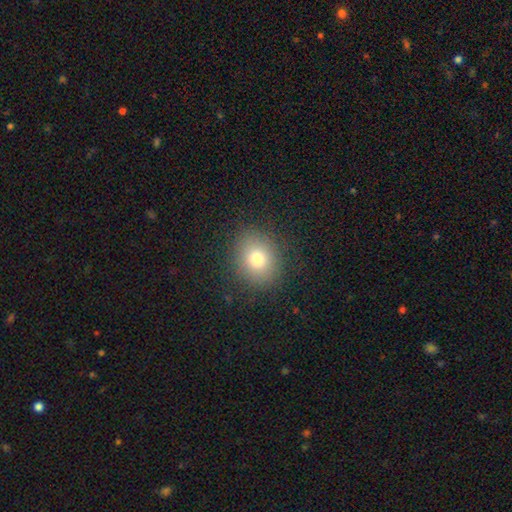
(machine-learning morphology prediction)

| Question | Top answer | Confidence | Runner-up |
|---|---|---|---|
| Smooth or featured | smooth | 76% | star or artifact (15%) |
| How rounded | round | 70% | in between (29%) |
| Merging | none | 91% | minor disturbance (6%) |